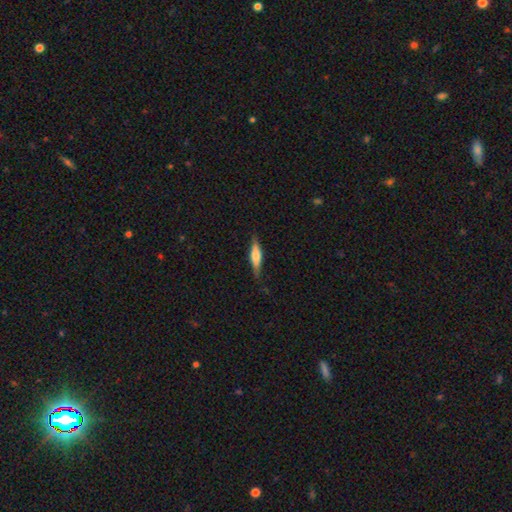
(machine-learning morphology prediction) type=featured or disk (47%); merging=none (83%).